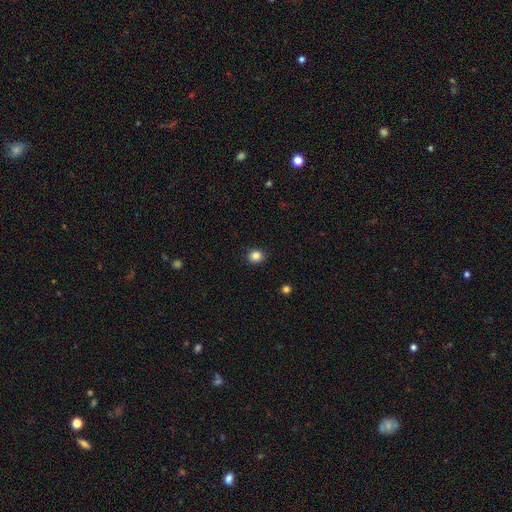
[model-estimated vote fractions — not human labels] Smooth or featured? Predicted: smooth (p=0.84). How rounded? Predicted: round (p=0.85). Merging? Predicted: none (p=0.90).